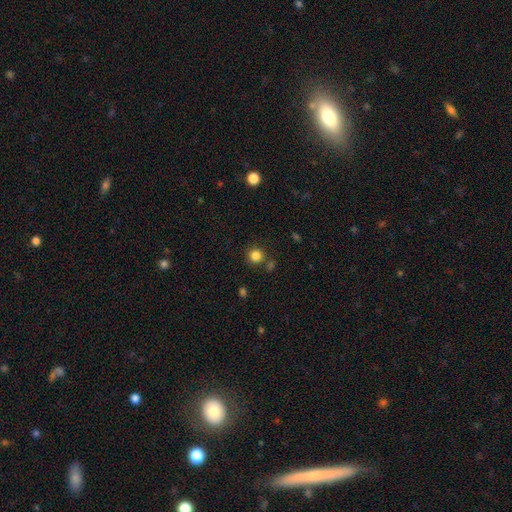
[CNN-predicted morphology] type=smooth (84%); roundness=round (93%); merging=none (81%).